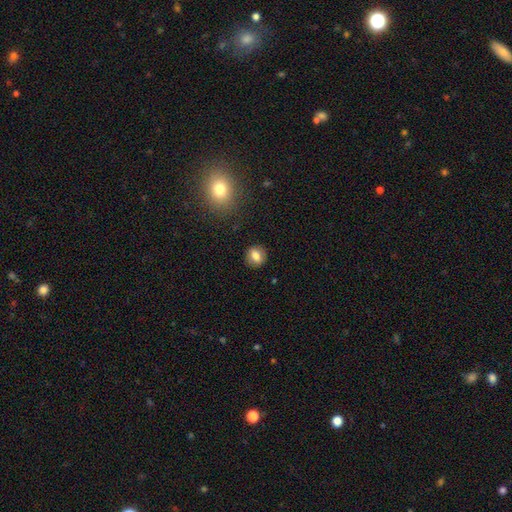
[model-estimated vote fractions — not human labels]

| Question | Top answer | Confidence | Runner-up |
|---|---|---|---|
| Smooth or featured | smooth | 77% | featured or disk (13%) |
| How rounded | round | 66% | in between (32%) |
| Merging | none | 87% | minor disturbance (9%) |